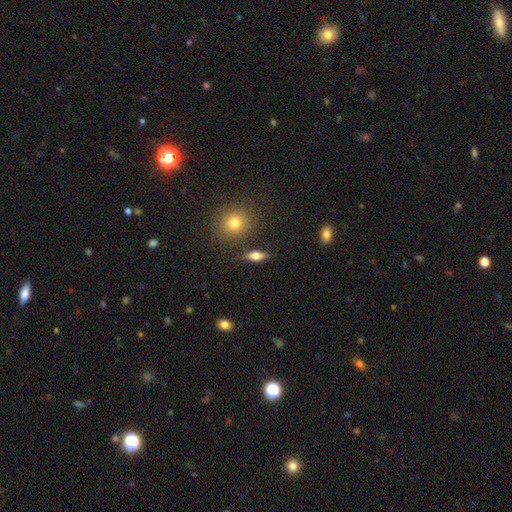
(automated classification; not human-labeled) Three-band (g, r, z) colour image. It shows a smooth galaxy with no disk features (55%) that is in between round and cigar-shaped (58%). Merging: none (84%).